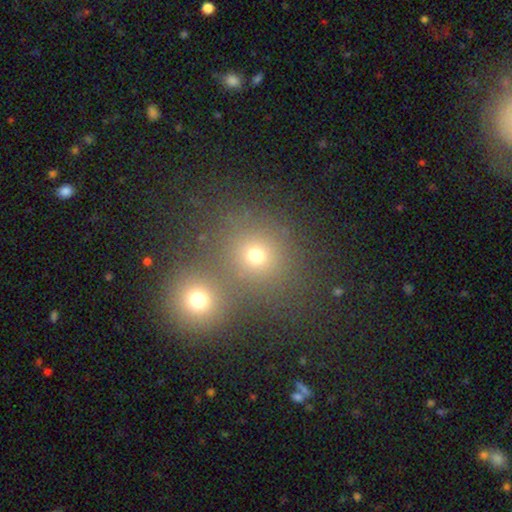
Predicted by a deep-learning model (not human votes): A smooth galaxy with no disk features (72%) that is round (83%).

Vote fractions:
- Smooth or featured? smooth: 72% / star or artifact: 20% / featured or disk: 9%
- How rounded? round: 83% / in between: 16% / cigar-shaped: 1%
- Merging? none: 49% / merger: 42% / minor disturbance: 6% / major disturbance: 3%